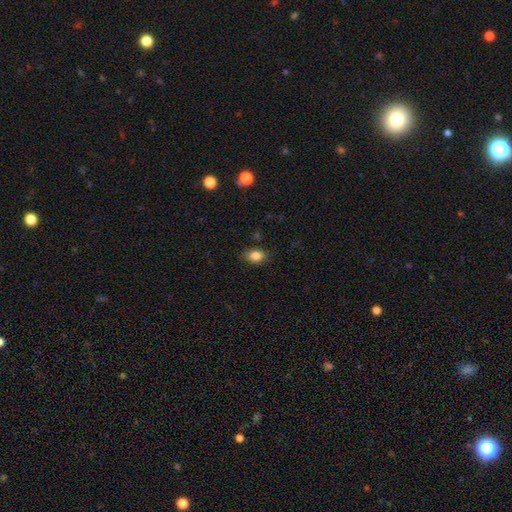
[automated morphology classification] The model was most divided on "how rounded": in between: 80%, round: 18%, cigar-shaped: 2%. More confident: smooth or featured — smooth (85%); merging — none (82%).